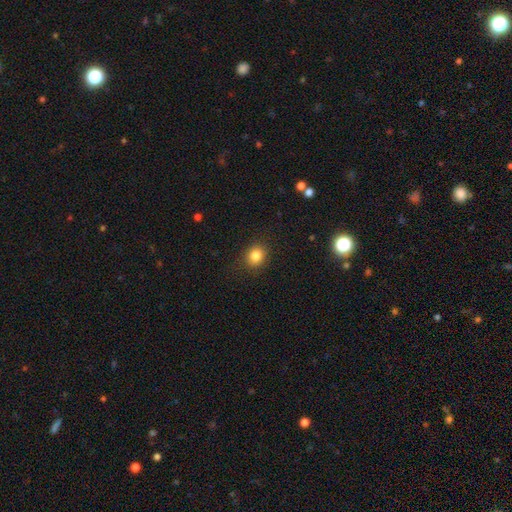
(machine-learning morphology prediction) The model was most divided on "how rounded": round: 71%, in between: 28%, cigar-shaped: 1%. More confident: merging — none (88%); smooth or featured — smooth (83%).